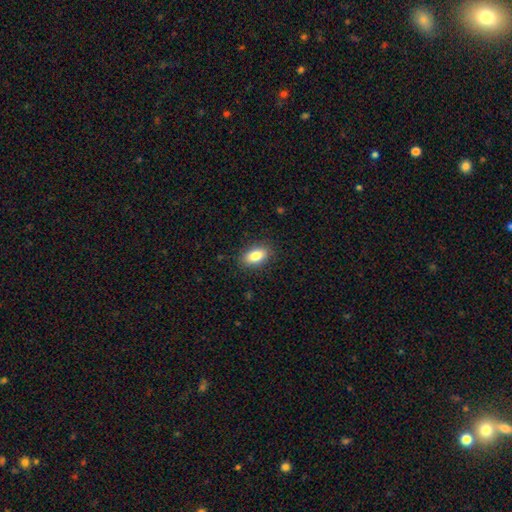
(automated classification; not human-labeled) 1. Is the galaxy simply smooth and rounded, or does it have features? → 84% smooth, 9% featured or disk, 8% star or artifact.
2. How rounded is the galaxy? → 90% in between, 7% round, 3% cigar-shaped.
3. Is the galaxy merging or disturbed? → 88% none, 9% minor disturbance, 2% major disturbance, 1% merger.